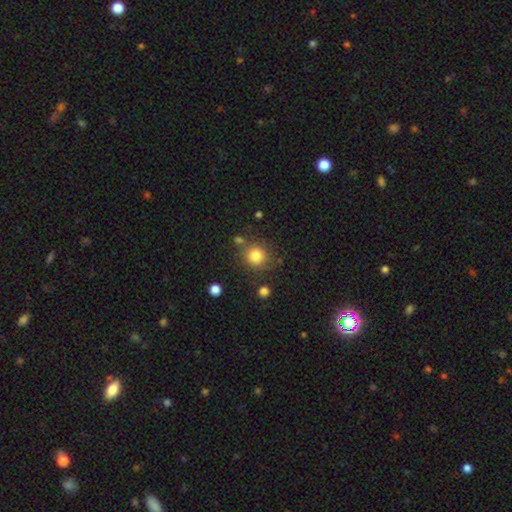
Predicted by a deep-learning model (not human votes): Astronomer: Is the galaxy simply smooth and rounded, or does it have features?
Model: smooth — 82%.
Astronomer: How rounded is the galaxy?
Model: round — 91%.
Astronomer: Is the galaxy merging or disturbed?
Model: none — 80%.